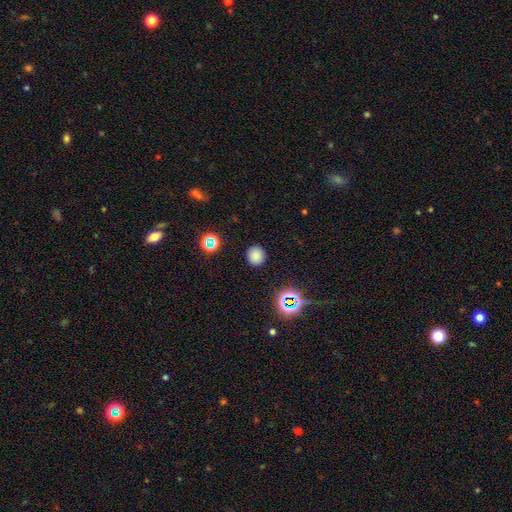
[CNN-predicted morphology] smooth 78%, star or artifact 18%, featured or disk 5%. Down the decision tree: how rounded — round (89%); merging — none (90%).